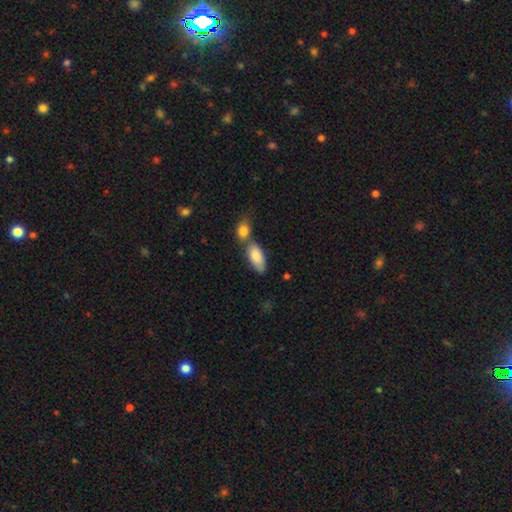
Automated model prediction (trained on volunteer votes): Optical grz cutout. It shows a smooth galaxy with no disk features (84%) that is in between round and cigar-shaped (88%). Merging: merger (46%).